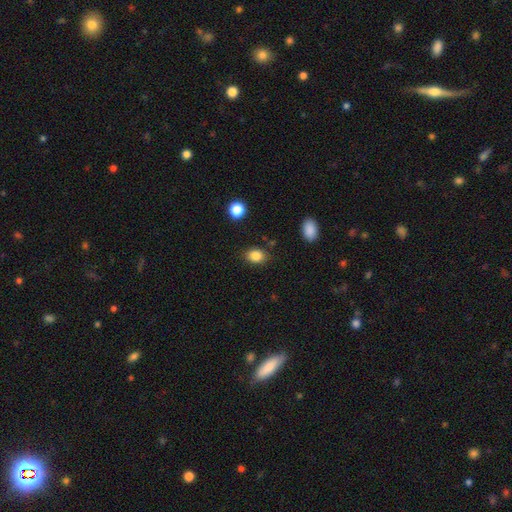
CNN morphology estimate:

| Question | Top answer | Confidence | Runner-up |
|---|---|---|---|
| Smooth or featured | smooth | 84% | star or artifact (10%) |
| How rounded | in between | 66% | round (33%) |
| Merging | none | 83% | minor disturbance (12%) |